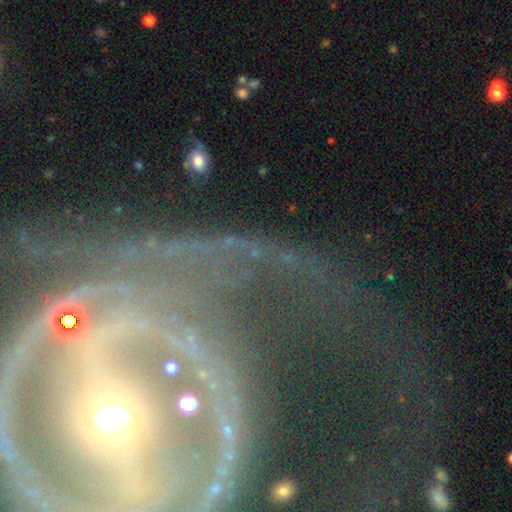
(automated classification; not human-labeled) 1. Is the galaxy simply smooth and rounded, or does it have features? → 68% featured or disk, 20% star or artifact, 12% smooth.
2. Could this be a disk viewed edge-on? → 92% no, 8% yes.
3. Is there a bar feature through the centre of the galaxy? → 36% no, 35% strong, 29% weak.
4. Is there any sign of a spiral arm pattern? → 86% yes, 14% no.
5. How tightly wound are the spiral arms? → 43% tight, 36% medium, 21% loose.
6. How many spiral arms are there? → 44% 2, 18% can't tell, 11% 3, 9% 1, 9% 4, 8% more than 4.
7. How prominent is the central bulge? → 43% small, 41% moderate, 7% large, 5% none, 4% dominant.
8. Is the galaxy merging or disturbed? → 56% none, 21% major disturbance, 15% minor disturbance, 8% merger.